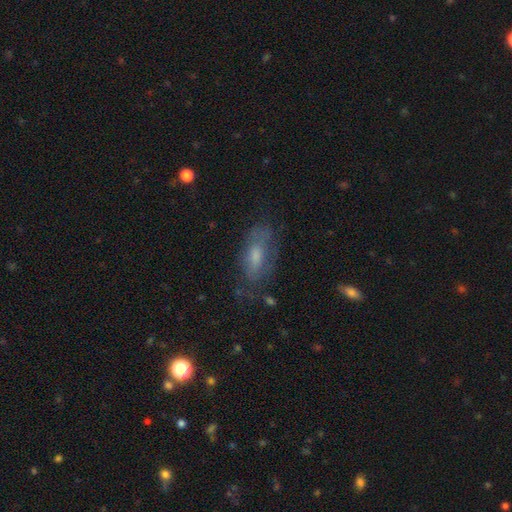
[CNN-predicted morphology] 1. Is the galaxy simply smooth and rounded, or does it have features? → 44% smooth (tied), 44% featured or disk (tied), 12% star or artifact.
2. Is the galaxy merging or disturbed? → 64% none, 22% minor disturbance, 12% major disturbance, 2% merger.